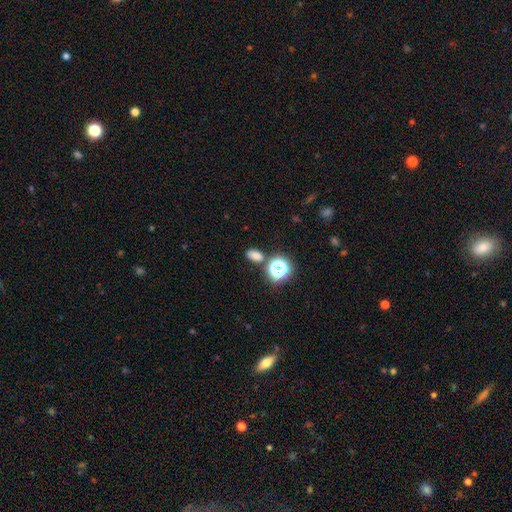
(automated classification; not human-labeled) smooth 74%, star or artifact 20%, featured or disk 6%. Down the decision tree: how rounded — in between (72%); merging — none (77%).